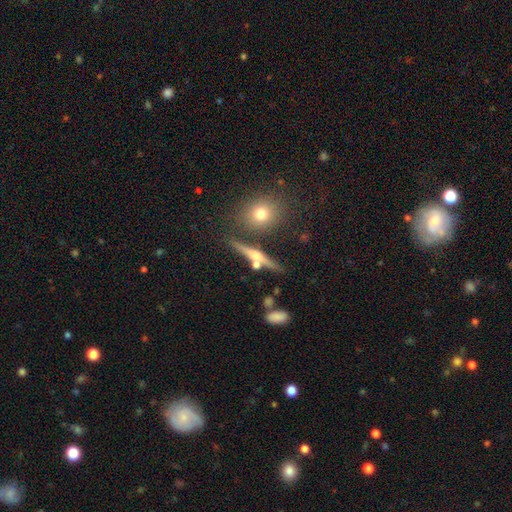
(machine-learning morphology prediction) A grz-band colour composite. It shows a featured or disk galaxy (64%) viewed edge-on (93%) with a rounded central bulge (86%). Merging: none (75%).